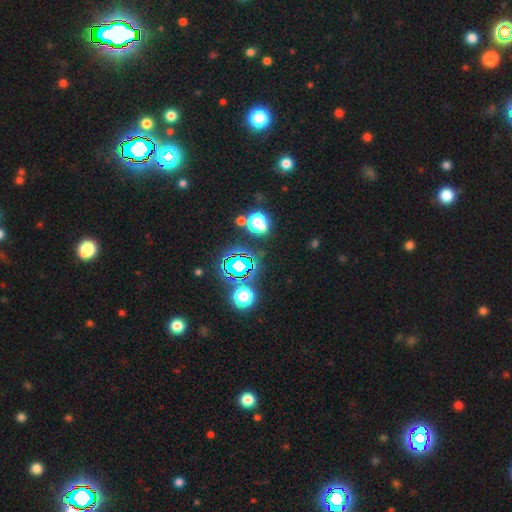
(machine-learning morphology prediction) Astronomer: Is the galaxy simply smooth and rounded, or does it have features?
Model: star or artifact — 75%.